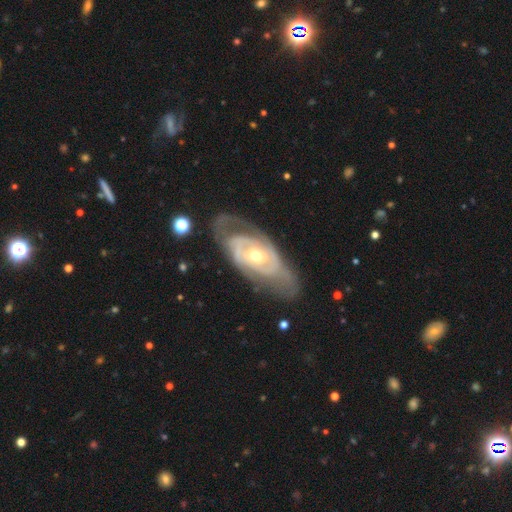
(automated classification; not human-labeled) This is clearly a featured or disk galaxy (82%). It is clearly not viewed edge-on (90%). Bar: likely no (67%). Spiral arm pattern: likely yes (75%). Spiral arm count: possibly 2 (48%). Spiral winding: possibly tight (57%). Central bulge: possibly moderate (55%). Merging: likely none (64%).